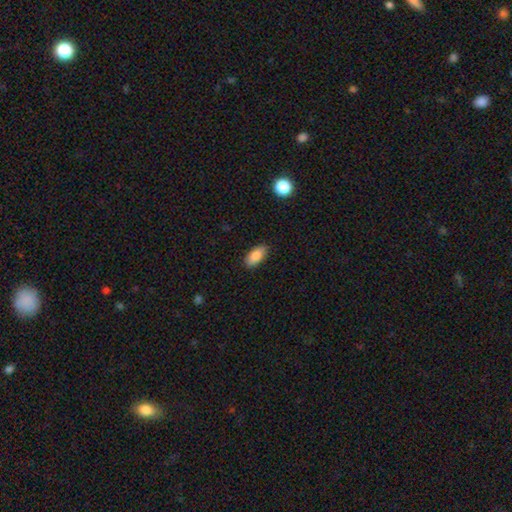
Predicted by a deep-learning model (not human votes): smooth 86%, star or artifact 7%, featured or disk 7%. Down the decision tree: how rounded — in between (92%); merging — none (85%).